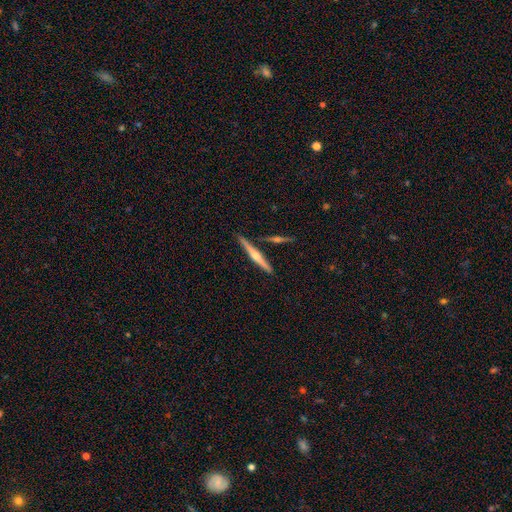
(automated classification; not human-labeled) smooth_or_featured: featured or disk (p=0.70) [alt: smooth p=0.24]
disk_edge_on: yes (p=0.98) [alt: no p=0.02]
edge_on_bulge: rounded (p=0.86) [alt: none p=0.09]
merging: none (p=0.82) [alt: minor disturbance p=0.08]